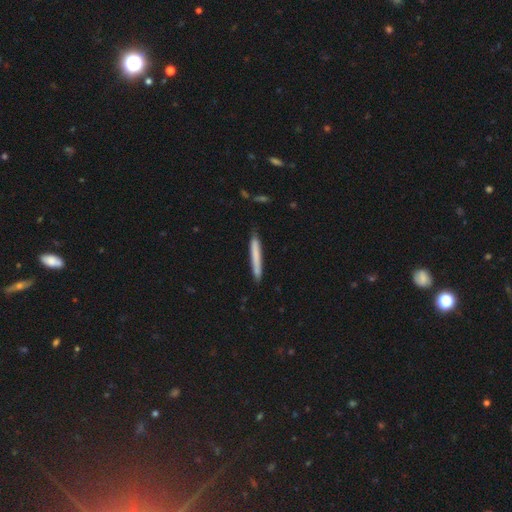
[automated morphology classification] smooth 72%, featured or disk 23%, star or artifact 5%. Down the decision tree: how rounded — cigar-shaped (97%); merging — none (86%).